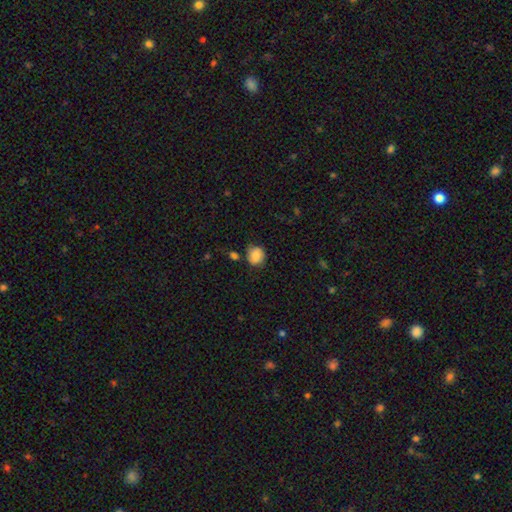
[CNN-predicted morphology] Smooth or featured?
  - smooth: 82% *
  - featured or disk: 9%
  - star or artifact: 9%
How rounded?
  - round: 77% *
  - in between: 22%
  - cigar-shaped: 1%
Merging?
  - none: 69% *
  - minor disturbance: 21%
  - major disturbance: 5%
  - merger: 5%